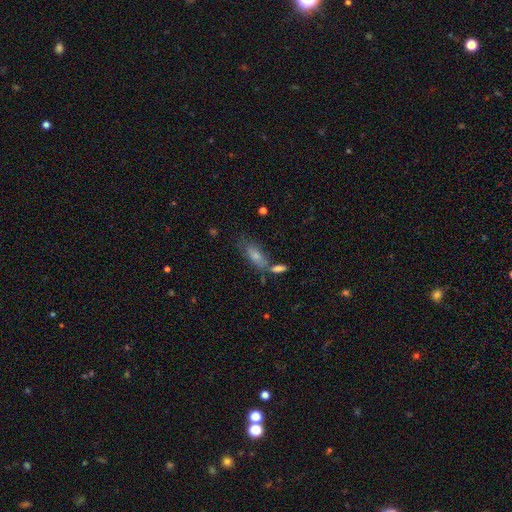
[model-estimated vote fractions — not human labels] Q: Smooth or featured?
A: smooth (76%); runner-up: featured or disk (16%)
Q: How rounded?
A: in between (77%); runner-up: cigar-shaped (21%)
Q: Merging?
A: none (48%); runner-up: merger (23%)